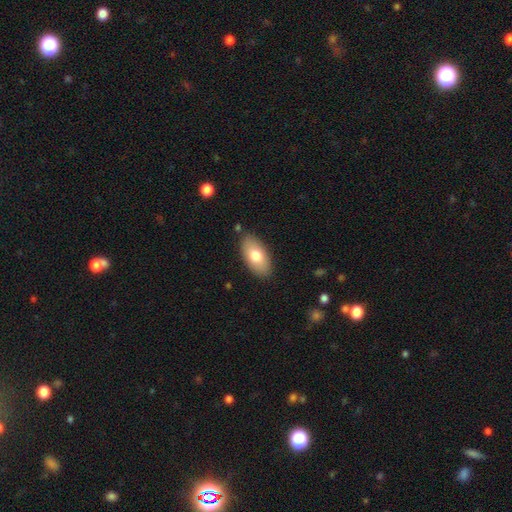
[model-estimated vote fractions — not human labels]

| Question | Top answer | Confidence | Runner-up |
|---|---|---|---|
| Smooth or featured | smooth | 74% | featured or disk (20%) |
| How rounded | in between | 93% | cigar-shaped (4%) |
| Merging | none | 85% | minor disturbance (11%) |